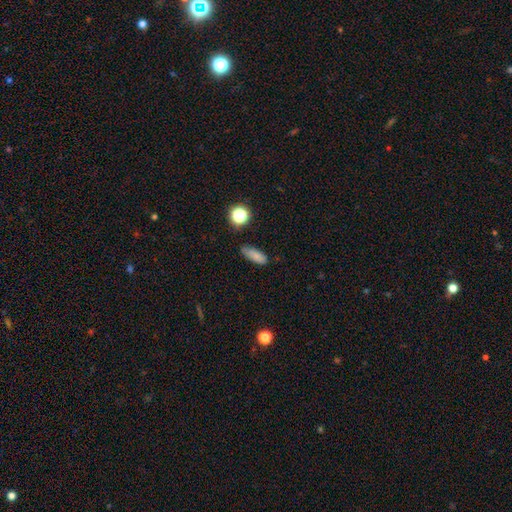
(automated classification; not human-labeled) This is likely a smooth galaxy (80%). How rounded: likely in between (69%). Merging: likely none (72%).